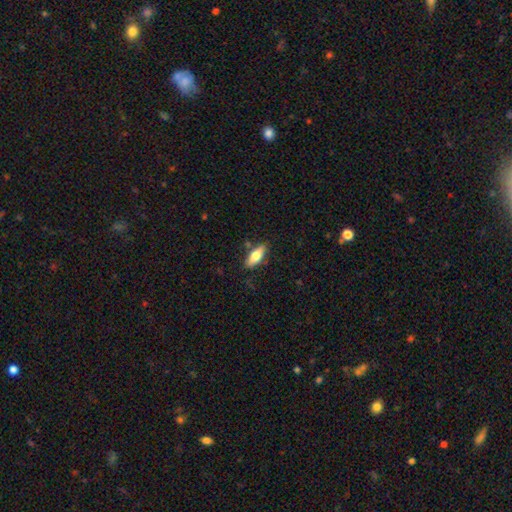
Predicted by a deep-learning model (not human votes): Smooth or featured? Predicted: smooth (p=0.70). How rounded? Predicted: in between (p=0.72). Merging? Predicted: none (p=0.81).